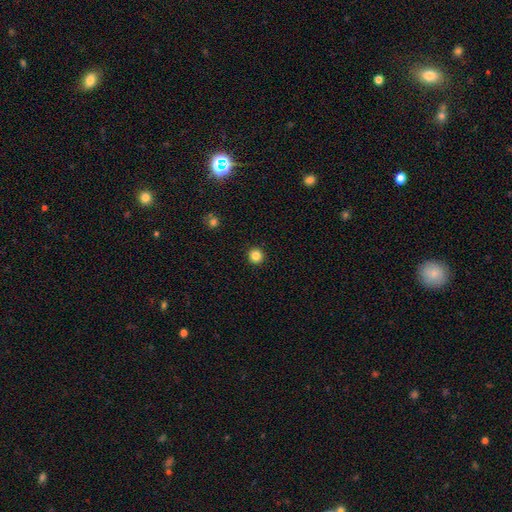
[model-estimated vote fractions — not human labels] A smooth galaxy with no disk features (84%) that is round (96%).

Vote fractions:
- Smooth or featured? smooth: 84% / star or artifact: 12% / featured or disk: 4%
- How rounded? round: 96% / in between: 3% / cigar-shaped: 1%
- Merging? none: 94% / minor disturbance: 4% / major disturbance: 1% / merger: 1%